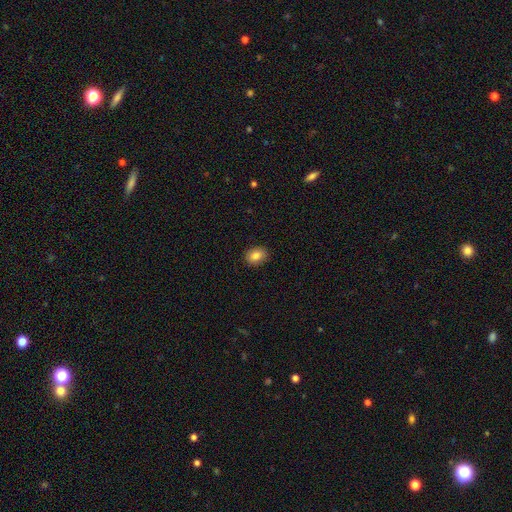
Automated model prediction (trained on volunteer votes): Smooth or featured? Predicted: smooth (p=0.85). How rounded? Predicted: in between (p=0.61). Merging? Predicted: none (p=0.89).